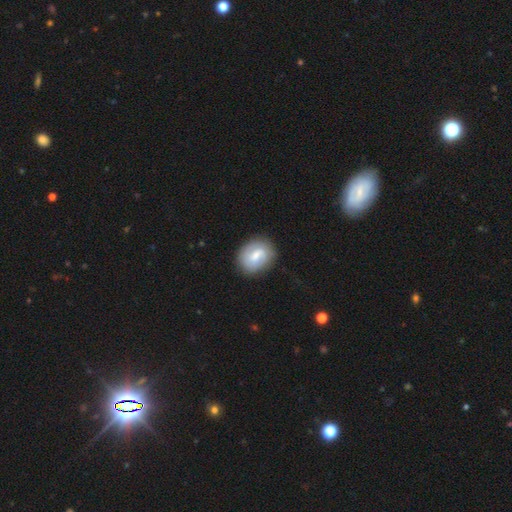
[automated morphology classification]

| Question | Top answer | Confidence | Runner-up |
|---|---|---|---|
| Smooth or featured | featured or disk | 47% | smooth (46%) |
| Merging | none | 79% | minor disturbance (15%) |